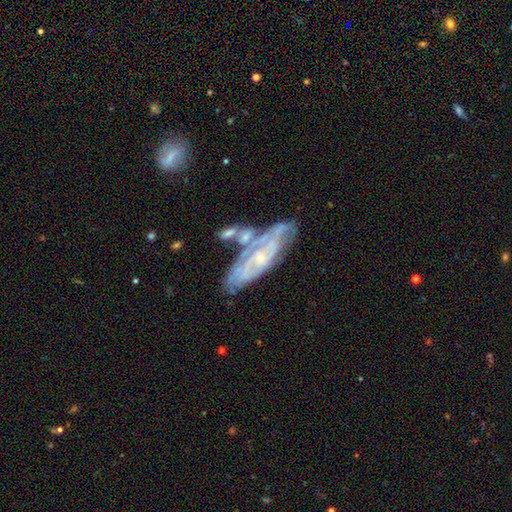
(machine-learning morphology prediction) smooth_or_featured: featured or disk (p=0.67) [alt: smooth p=0.22]
disk_edge_on: no (p=0.76) [alt: yes p=0.24]
bar: no (p=0.71) [alt: weak p=0.22]
has_spiral_arms: yes (p=0.64) [alt: no p=0.36]
bulge_size: small (p=0.63) [alt: moderate p=0.28]
merging: none (p=0.51) [alt: minor disturbance p=0.20]